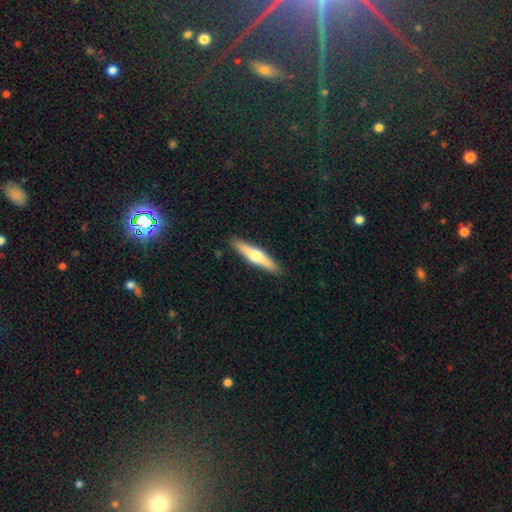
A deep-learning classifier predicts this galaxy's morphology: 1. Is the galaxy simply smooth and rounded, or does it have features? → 53% featured or disk, 42% smooth, 5% star or artifact.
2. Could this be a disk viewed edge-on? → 95% yes, 5% no.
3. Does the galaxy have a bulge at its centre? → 92% rounded, 4% none, 3% boxy.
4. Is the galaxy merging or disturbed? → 90% none, 7% minor disturbance, 2% major disturbance, 1% merger.